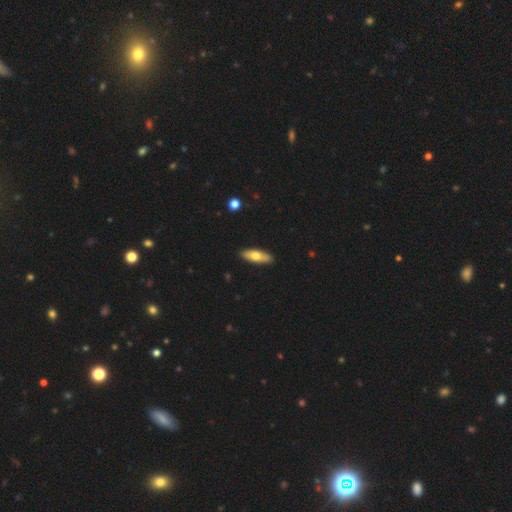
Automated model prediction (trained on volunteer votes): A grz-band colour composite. It shows a smooth galaxy with no disk features (67%) that is in between round and cigar-shaped (53%). Merging: none (88%).